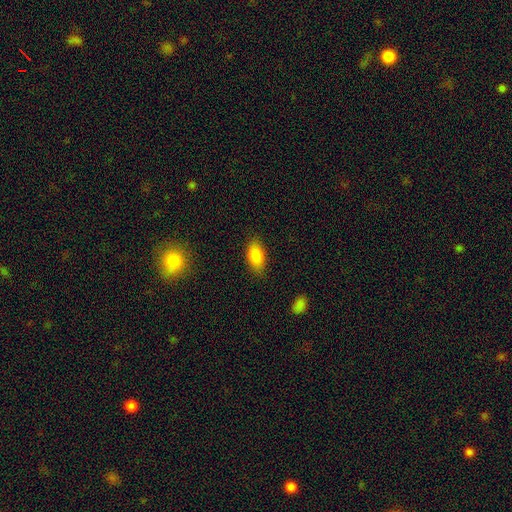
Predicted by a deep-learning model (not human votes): Overall: smooth (85%). How rounded: in between (91%). Merging: none (83%).